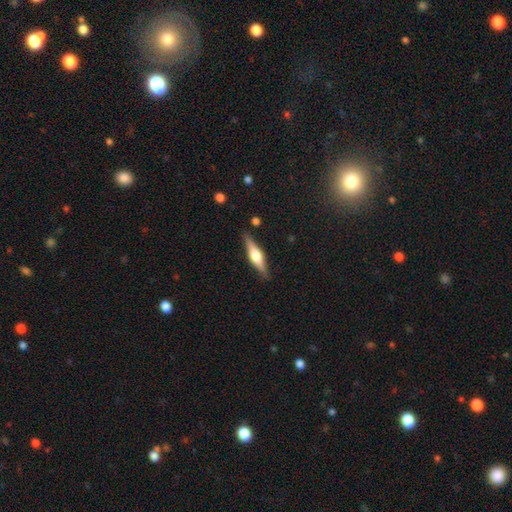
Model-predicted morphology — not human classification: type=featured or disk (65%); edge-on=yes (96%); edge-on bulge=rounded (90%); merging=none (87%).